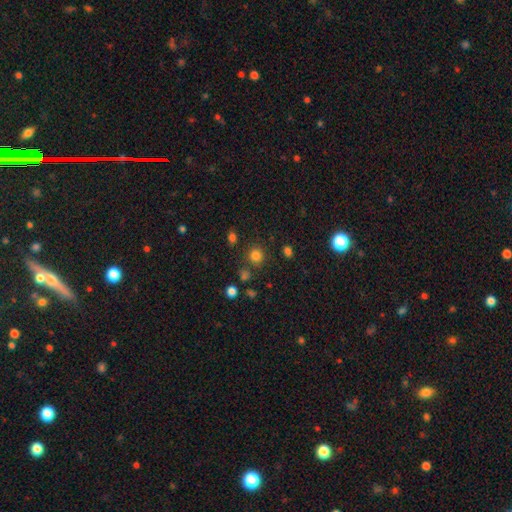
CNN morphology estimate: Smooth or featured?
  - smooth: 79% *
  - star or artifact: 16%
  - featured or disk: 5%
How rounded?
  - round: 87% *
  - in between: 12%
  - cigar-shaped: 1%
Merging?
  - none: 79% *
  - minor disturbance: 10%
  - merger: 7%
  - major disturbance: 4%